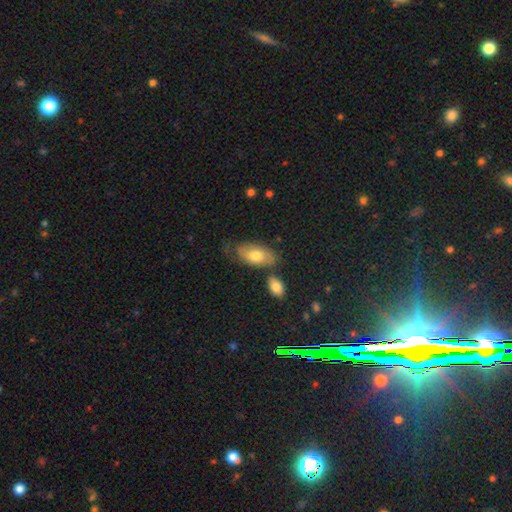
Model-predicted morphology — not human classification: Smooth or featured: smooth — 68% (featured or disk — 25%)
How rounded: in between — 92% (cigar-shaped — 4%)
Merging: none — 56% (minor disturbance — 22%)